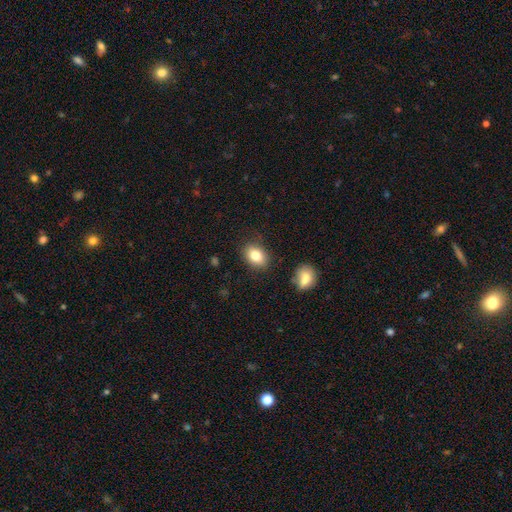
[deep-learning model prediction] smooth 82%, featured or disk 9%, star or artifact 9%. Down the decision tree: how rounded — in between (78%); merging — none (83%).